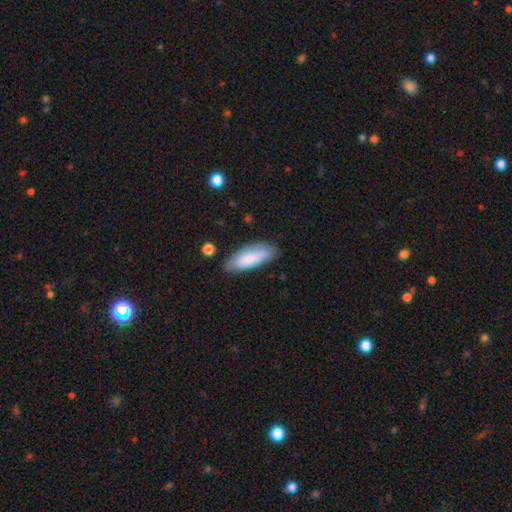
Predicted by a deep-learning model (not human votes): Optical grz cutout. It shows a smooth galaxy with no disk features (81%) that is in between round and cigar-shaped (62%). Merging: none (76%).